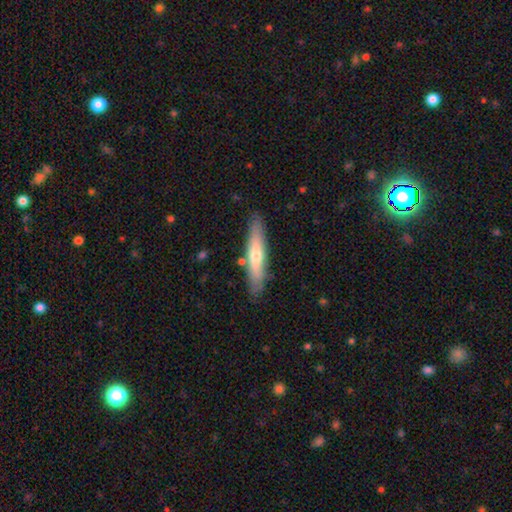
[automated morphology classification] Overall: smooth (52%; featured or disk 42%). How rounded: cigar-shaped (88%). Merging: none (85%).